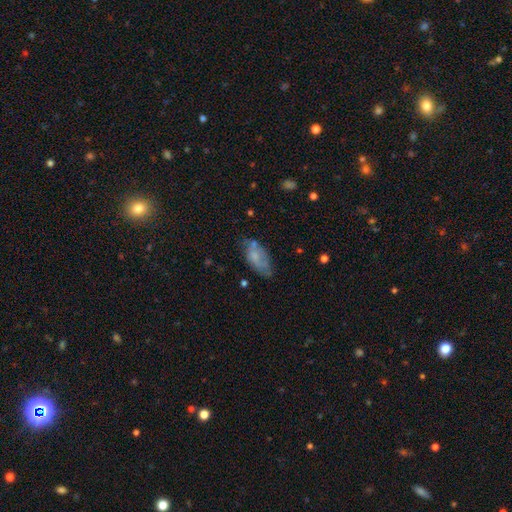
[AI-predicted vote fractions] Smooth or featured? Predicted: smooth (p=0.62). How rounded? Predicted: in between (p=0.85). Merging? Predicted: none (p=0.53).